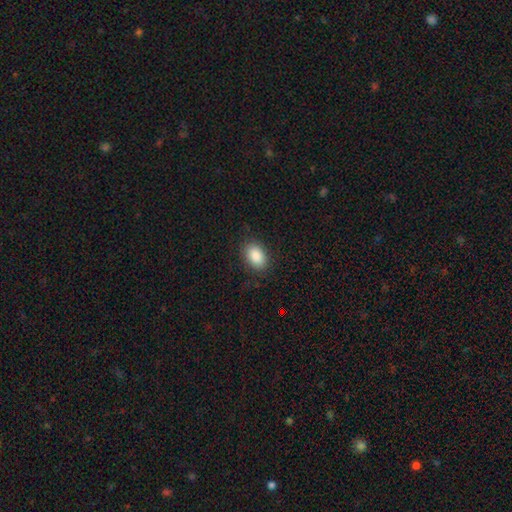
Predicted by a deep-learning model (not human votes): Overall: smooth (88%). How rounded: in between (85%). Merging: none (85%).